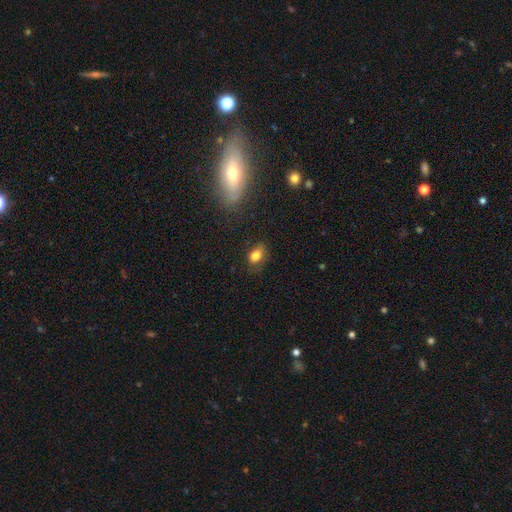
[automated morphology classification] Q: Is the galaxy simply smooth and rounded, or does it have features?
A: smooth — 80%.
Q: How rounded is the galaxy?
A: in between — 76%.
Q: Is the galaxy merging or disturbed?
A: none — 65%.